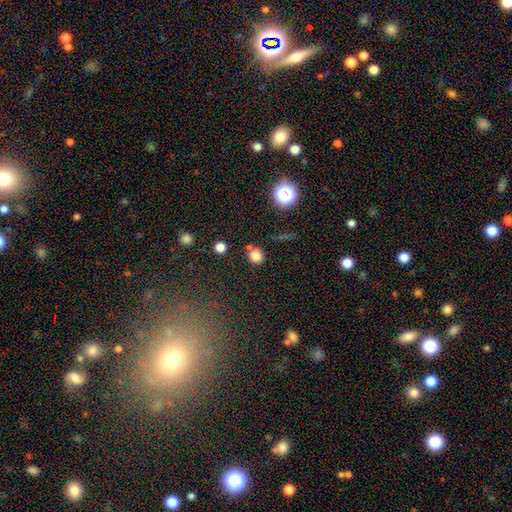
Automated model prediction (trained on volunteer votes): Smooth or featured: smooth — 80% (star or artifact — 14%)
How rounded: round — 77% (in between — 22%)
Merging: none — 67% (merger — 16%)